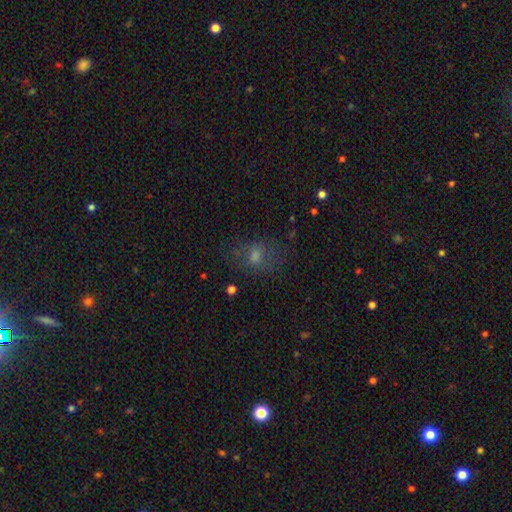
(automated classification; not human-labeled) Smooth or featured? Predicted: smooth (p=0.54). How rounded? Predicted: in between (p=0.52). Merging? Predicted: none (p=0.65).